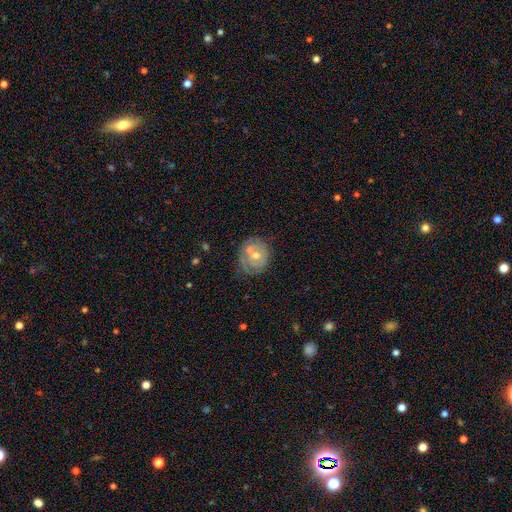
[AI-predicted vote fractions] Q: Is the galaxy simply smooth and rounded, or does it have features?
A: featured or disk — 62%.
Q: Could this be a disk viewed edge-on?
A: no — 97%.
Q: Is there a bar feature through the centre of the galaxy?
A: no — 68%.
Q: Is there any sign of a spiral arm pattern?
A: yes — 67%.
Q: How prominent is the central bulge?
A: moderate — 53%.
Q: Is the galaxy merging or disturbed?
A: none — 66%.